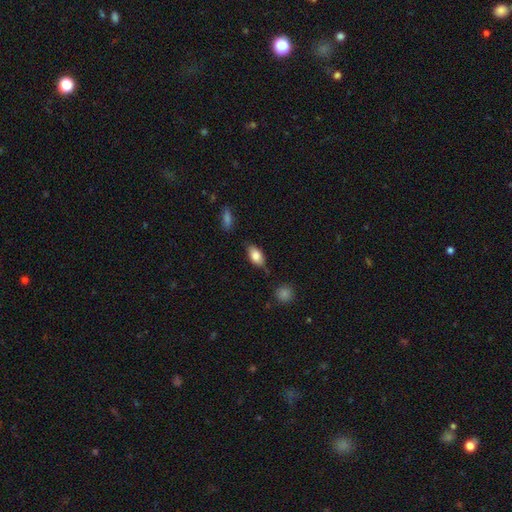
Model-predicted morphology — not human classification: smooth 80%, featured or disk 13%, star or artifact 7%. Down the decision tree: how rounded — in between (88%); merging — none (72%).